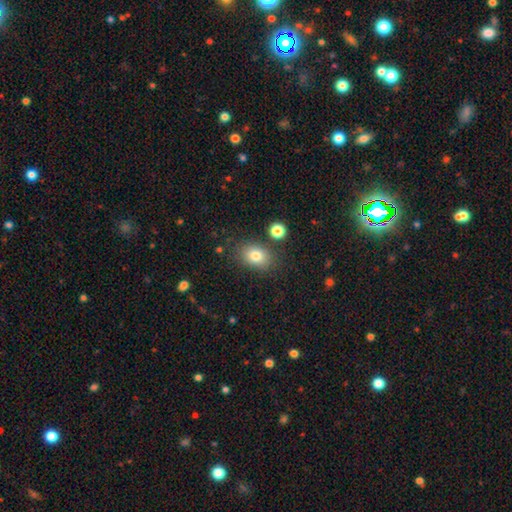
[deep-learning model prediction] This appears to be a smooth galaxy with no disk features (80%) that is in between round and cigar-shaped (75%). Merging: none (80%).